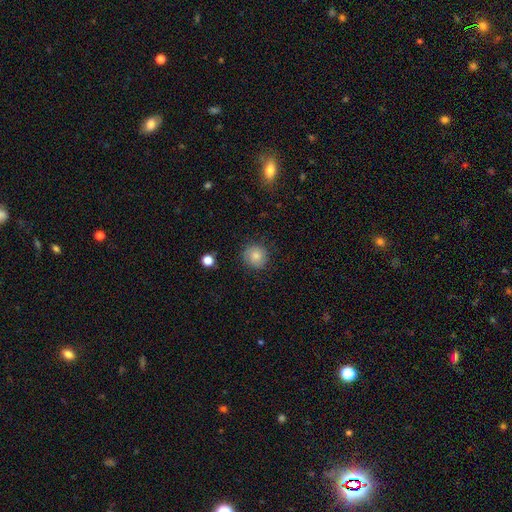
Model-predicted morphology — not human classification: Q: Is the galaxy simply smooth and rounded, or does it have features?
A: smooth — 74%.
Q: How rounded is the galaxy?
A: round — 91%.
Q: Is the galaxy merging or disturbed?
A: none — 82%.